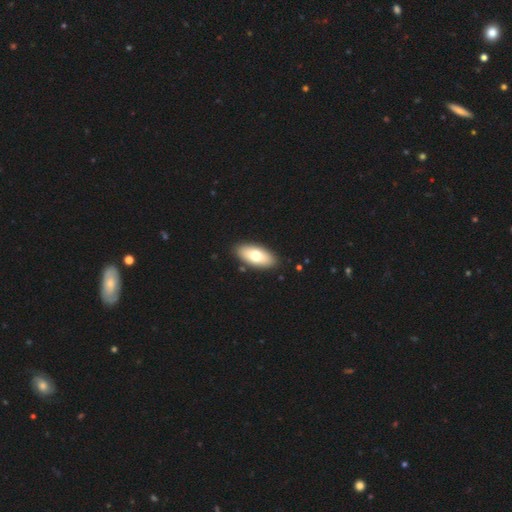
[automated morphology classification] This appears to be a smooth galaxy with no disk features (68%) that is in between round and cigar-shaped (90%). Merging: none (89%).